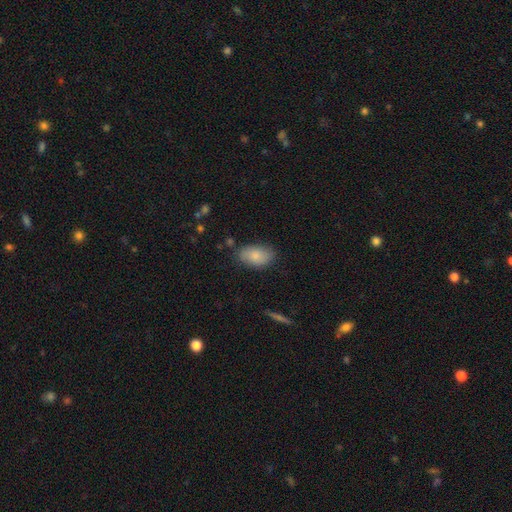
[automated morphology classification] The model was most divided on "merging": none: 79%, minor disturbance: 16%, major disturbance: 3%, merger: 2%. More confident: how rounded — in between (92%); smooth or featured — smooth (82%).